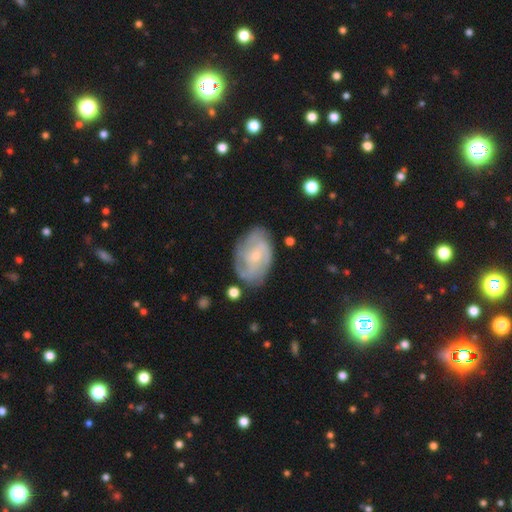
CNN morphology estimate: A featured or disk galaxy (73%) with no bar (57%), tight (46%) spiral arms (87%) and a small central bulge (70%). Merging: none (70%).